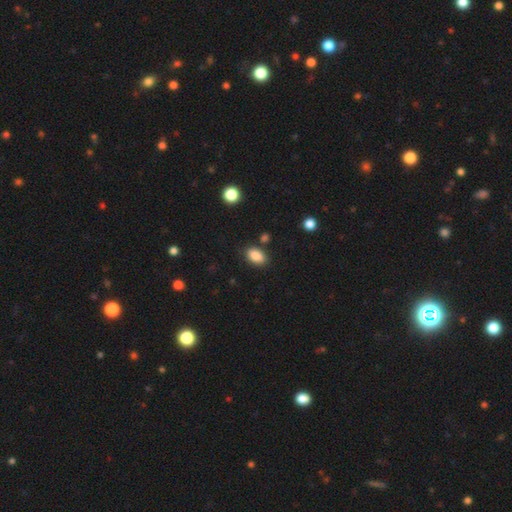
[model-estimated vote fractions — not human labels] smooth 87%, star or artifact 9%, featured or disk 4%. Down the decision tree: how rounded — in between (88%); merging — none (82%).